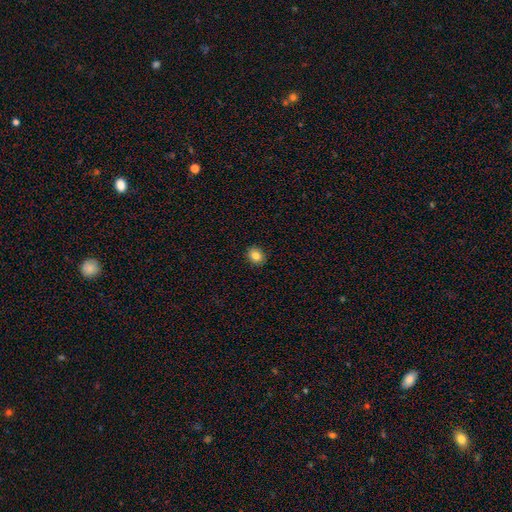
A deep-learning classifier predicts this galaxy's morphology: Overall: smooth (84%). How rounded: round (62%; in between 37%). Merging: none (91%).